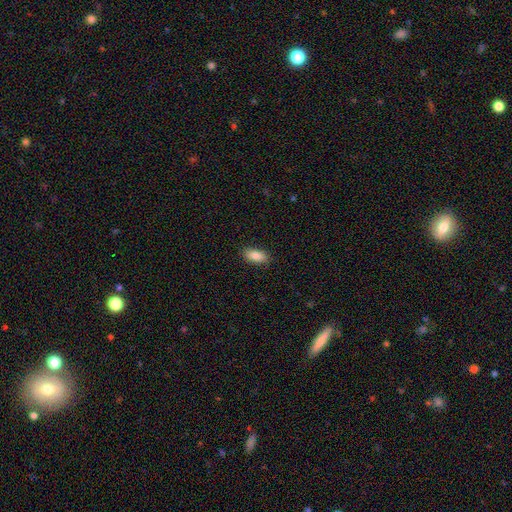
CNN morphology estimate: smooth_or_featured: smooth (p=0.87) [alt: star or artifact p=0.07]
how_rounded: in between (p=0.91) [alt: cigar-shaped p=0.07]
merging: none (p=0.89) [alt: minor disturbance p=0.08]